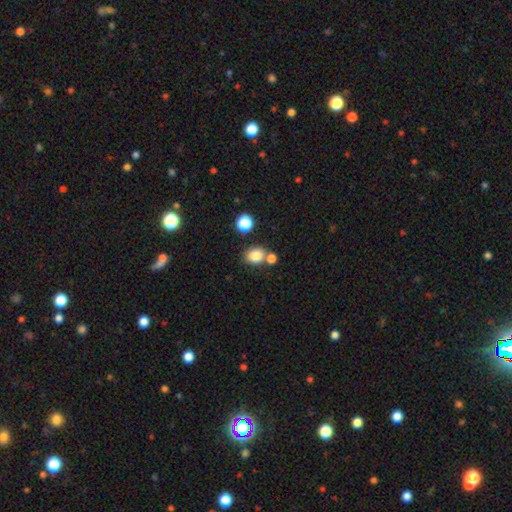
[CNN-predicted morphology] The model was most divided on "how rounded": round: 54%, in between: 45%, cigar-shaped: 1%. More confident: smooth or featured — smooth (82%); merging — none (63%).